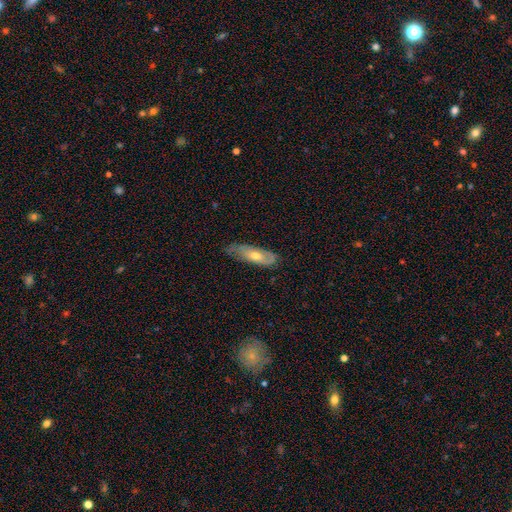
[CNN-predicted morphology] This appears to be a featured or disk galaxy (48%). Merging: none (62%).